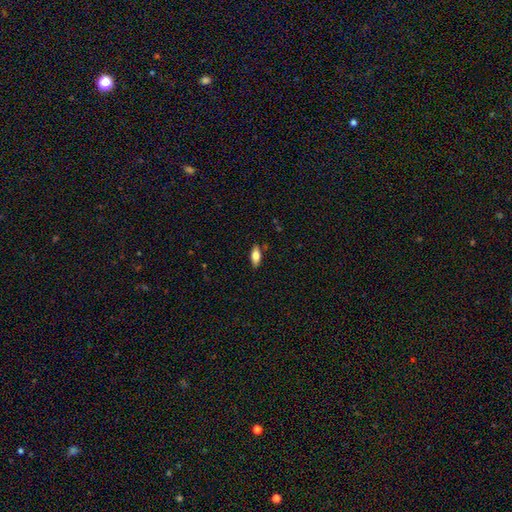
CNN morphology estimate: type=smooth (72%); roundness=in between (81%); merging=none (86%).